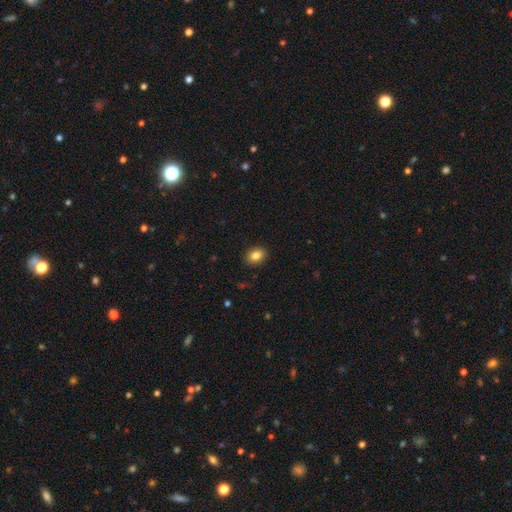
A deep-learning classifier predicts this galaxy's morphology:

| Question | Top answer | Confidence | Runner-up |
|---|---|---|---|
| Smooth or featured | smooth | 84% | star or artifact (9%) |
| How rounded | in between | 62% | round (37%) |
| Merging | none | 90% | minor disturbance (7%) |